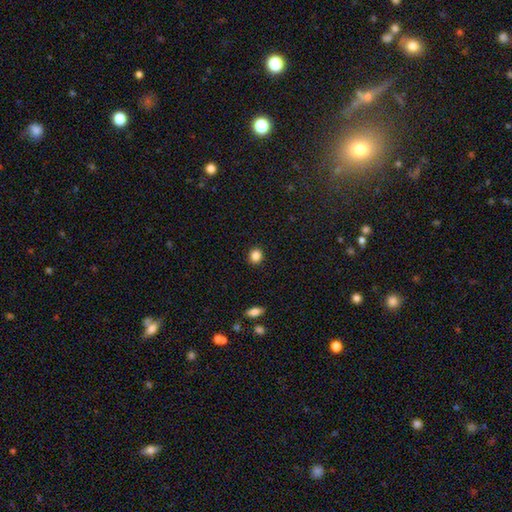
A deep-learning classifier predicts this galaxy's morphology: smooth_or_featured: smooth (p=0.86) [alt: star or artifact p=0.10]
how_rounded: round (p=0.80) [alt: in between p=0.19]
merging: none (p=0.91) [alt: minor disturbance p=0.06]